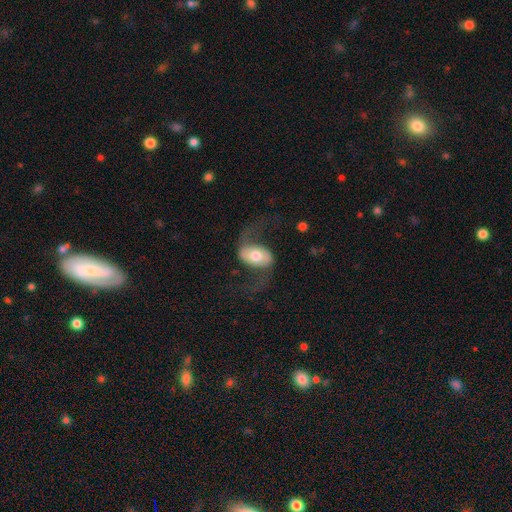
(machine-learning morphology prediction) smooth_or_featured: featured or disk (p=0.73) [alt: smooth p=0.22]
disk_edge_on: no (p=0.95) [alt: yes p=0.05]
bar: no (p=0.50) [alt: weak p=0.30]
has_spiral_arms: yes (p=0.88) [alt: no p=0.12]
spiral_winding: loose (p=0.83) [alt: medium p=0.14]
spiral_arm_count: 2 (p=0.93) [alt: 1 p=0.02]
bulge_size: moderate (p=0.68) [alt: large p=0.17]
merging: none (p=0.61) [alt: major disturbance p=0.22]